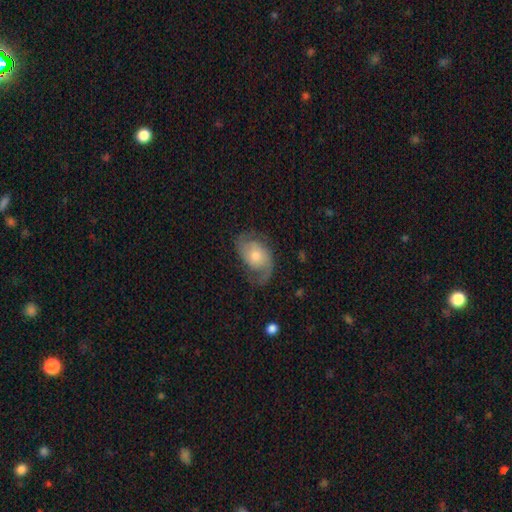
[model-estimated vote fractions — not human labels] Smooth or featured: featured or disk — 75% (smooth — 19%)
Edge-on disk: no — 96% (yes — 4%)
Bar: no — 71% (weak — 25%)
Spiral arms: yes — 93% (no — 7%)
Spiral winding: medium — 44% (loose — 34%)
Spiral arm count: 2 — 80% (1 — 9%)
Bulge size: moderate — 58% (small — 32%)
Merging: none — 65% (minor disturbance — 20%)